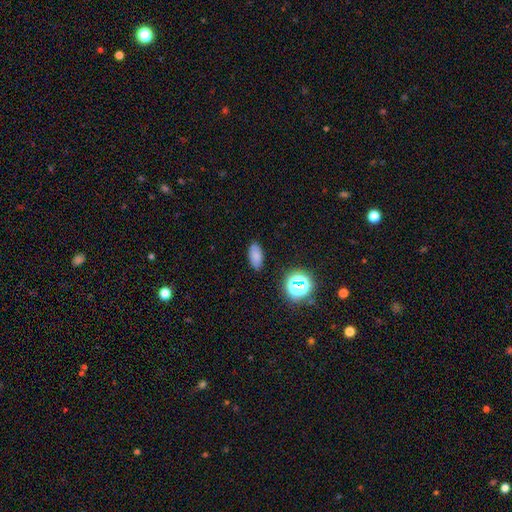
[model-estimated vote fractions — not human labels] The model was most divided on "smooth or featured": smooth: 76%, star or artifact: 16%, featured or disk: 8%. More confident: how rounded — in between (90%); merging — none (85%).